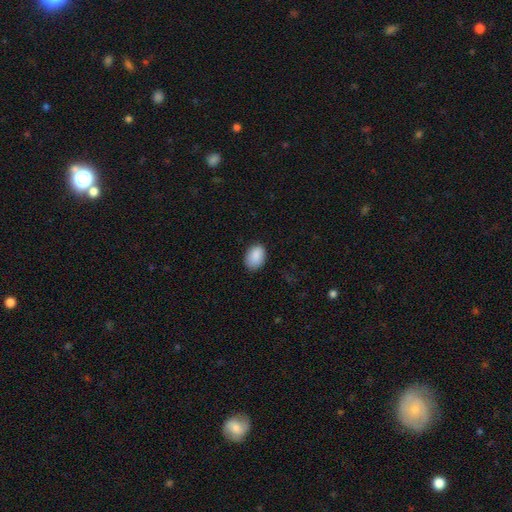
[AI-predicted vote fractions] smooth-or-featured: smooth: 89% | star or artifact: 7% | featured or disk: 4%
  how-rounded: in between: 79% | round: 20% | cigar-shaped: 1%
  merging: none: 82% | minor disturbance: 14% | major disturbance: 3% | merger: 1%